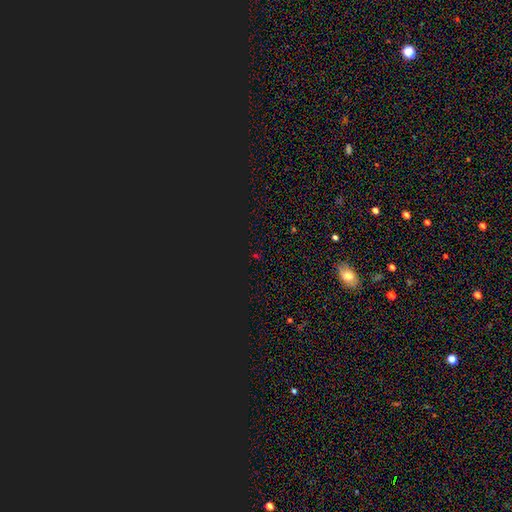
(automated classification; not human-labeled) This is likely a star or artifact rather than a galaxy (77%).